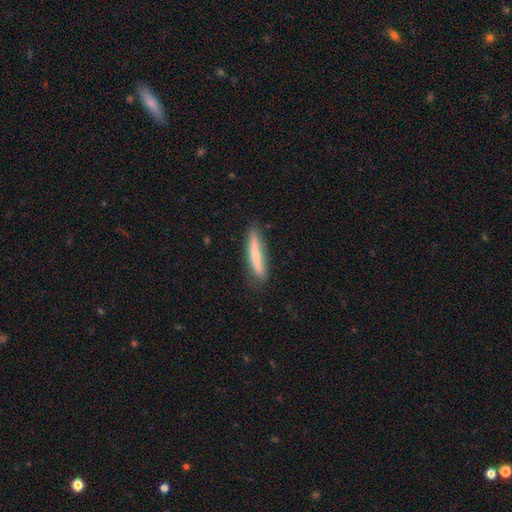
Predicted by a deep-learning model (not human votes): The model was most divided on "smooth or featured": smooth: 58%, featured or disk: 36%, star or artifact: 6%. More confident: how rounded — cigar-shaped (91%); merging — none (81%).